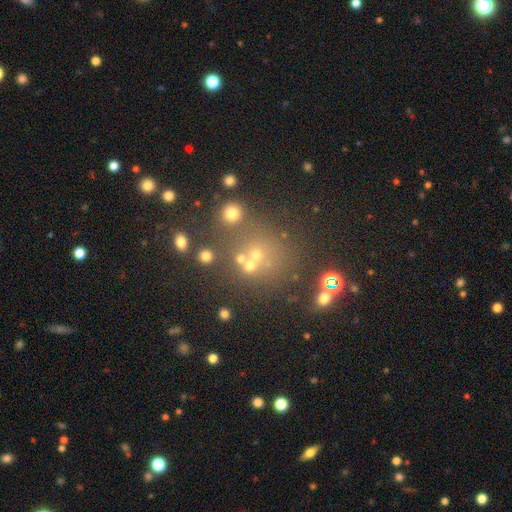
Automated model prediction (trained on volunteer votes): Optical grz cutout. It shows a smooth galaxy with no disk features (45%). Merging: none (65%).